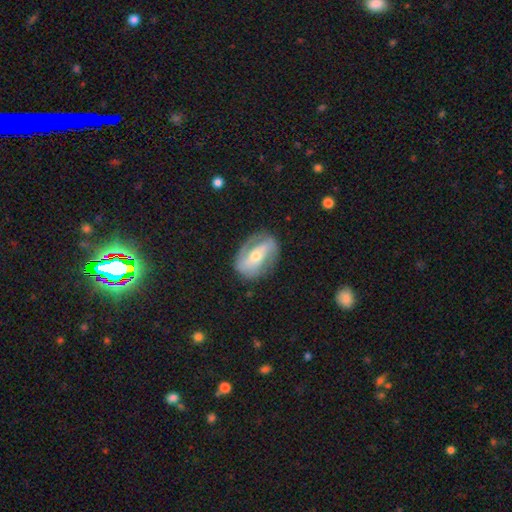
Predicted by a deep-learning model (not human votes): Smooth or featured?
  - featured or disk: 71% *
  - smooth: 23%
  - star or artifact: 6%
Edge-on disk?
  - no: 93% *
  - yes: 7%
Bar?
  - strong: 45% *
  - weak: 28%
  - no: 27%
Spiral arms?
  - yes: 75% *
  - no: 25%
Bulge size?
  - moderate: 58% *
  - small: 36%
  - large: 4%
  - none: 1%
  - dominant: 1%
Merging?
  - none: 76% *
  - minor disturbance: 16%
  - major disturbance: 7%
  - merger: 1%